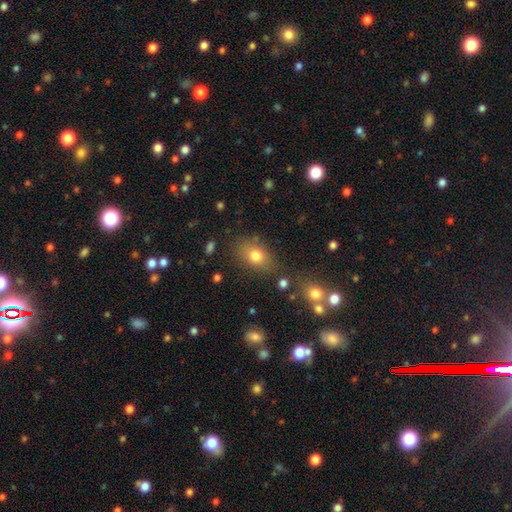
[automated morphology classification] This appears to be a smooth galaxy with no disk features (77%) that is in between round and cigar-shaped (69%). Merging: none (74%).